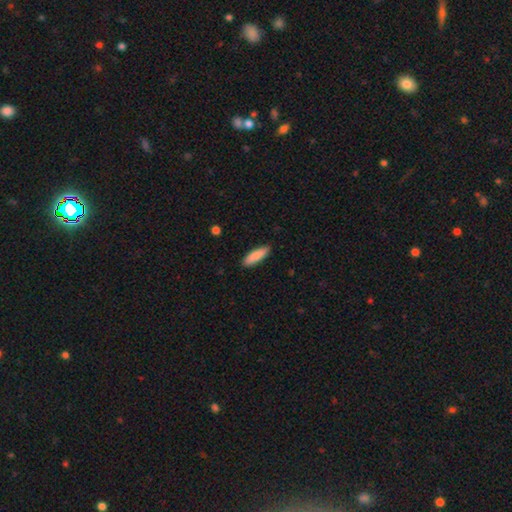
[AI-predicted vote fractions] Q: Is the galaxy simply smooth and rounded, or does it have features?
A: smooth — 87%.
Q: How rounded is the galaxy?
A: cigar-shaped — 50%.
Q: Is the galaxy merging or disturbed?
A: none — 87%.